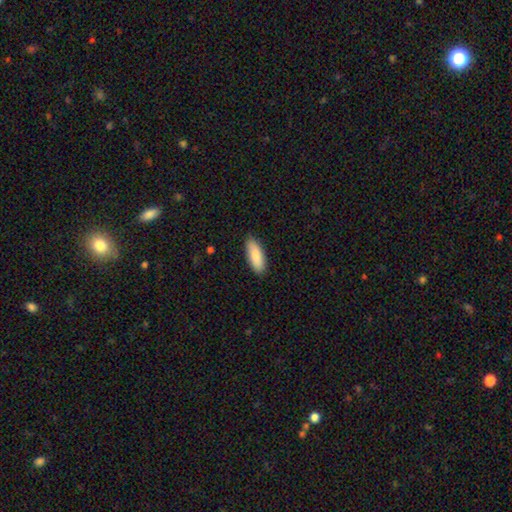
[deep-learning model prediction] Q: Smooth or featured?
A: smooth (86%); runner-up: featured or disk (9%)
Q: How rounded?
A: in between (73%); runner-up: cigar-shaped (25%)
Q: Merging?
A: none (88%); runner-up: minor disturbance (10%)